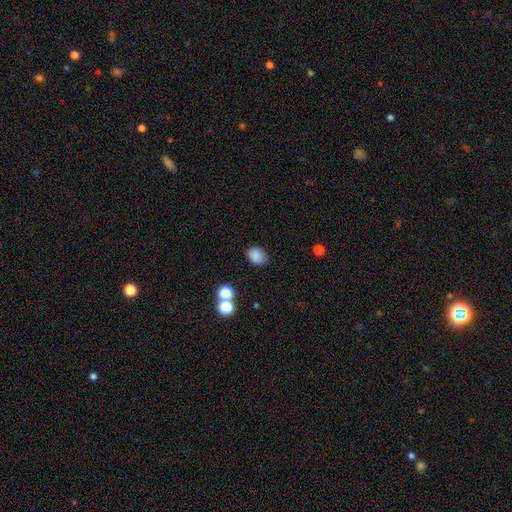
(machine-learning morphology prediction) Q: Smooth or featured?
A: smooth (85%); runner-up: star or artifact (11%)
Q: How rounded?
A: in between (59%); runner-up: round (40%)
Q: Merging?
A: none (80%); runner-up: minor disturbance (14%)